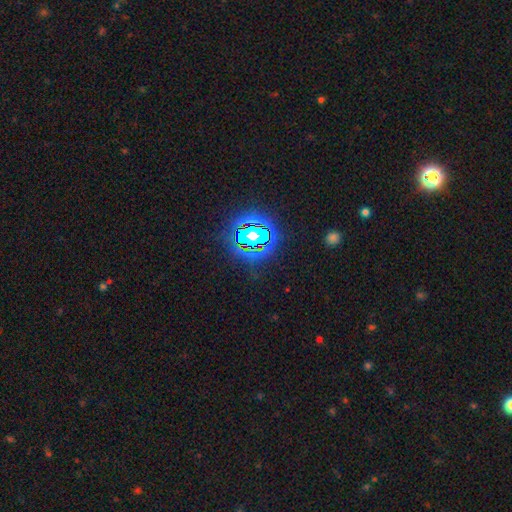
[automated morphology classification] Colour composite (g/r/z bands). It shows a star or artifact, not a galaxy (82%).